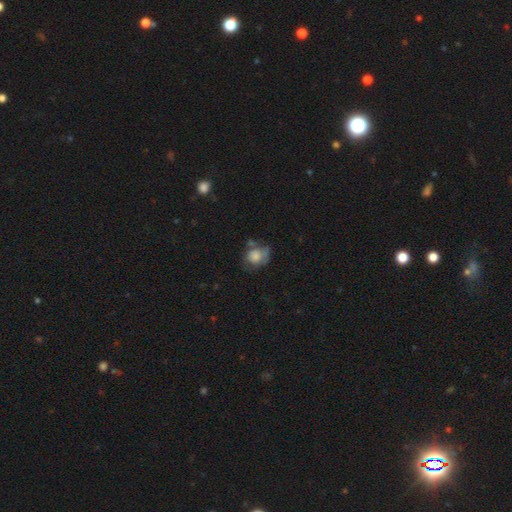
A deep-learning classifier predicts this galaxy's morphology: This is likely a smooth galaxy (65%). How rounded: likely round (68%). Merging: marginally none (43%).